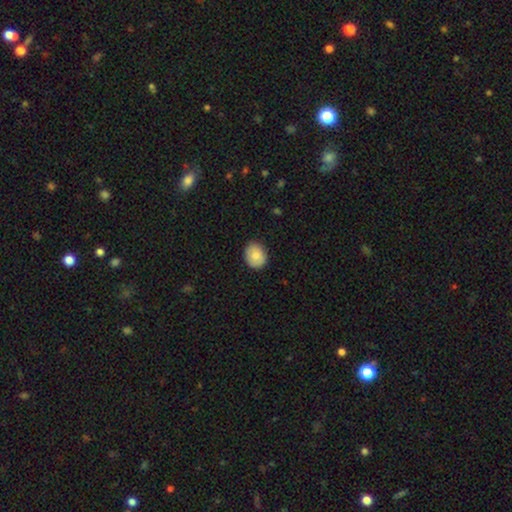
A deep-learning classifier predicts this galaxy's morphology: The model was most divided on "how rounded": round: 58%, in between: 41%, cigar-shaped: 1%. More confident: merging — none (85%); smooth or featured — smooth (84%).